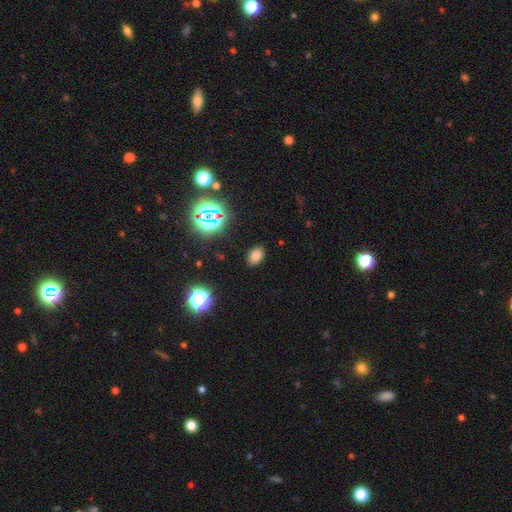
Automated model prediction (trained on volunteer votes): Overall: smooth (73%). How rounded: in between (83%). Merging: none (88%).